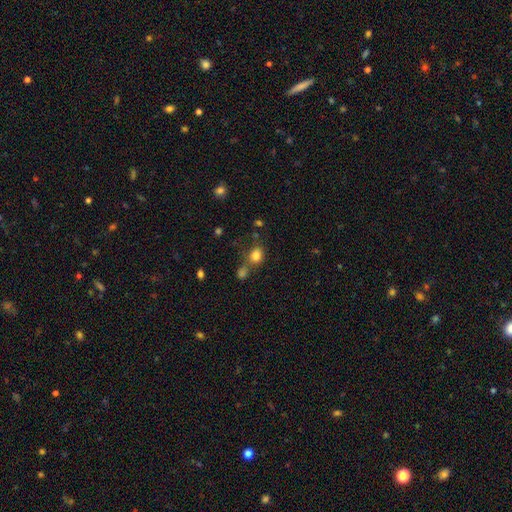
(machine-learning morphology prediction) A smooth galaxy with no disk features (82%) that is round (59%).

Vote fractions:
- Smooth or featured? smooth: 82% / star or artifact: 12% / featured or disk: 6%
- How rounded? round: 59% / in between: 39% / cigar-shaped: 1%
- Merging? none: 55% / merger: 28% / minor disturbance: 12% / major disturbance: 6%